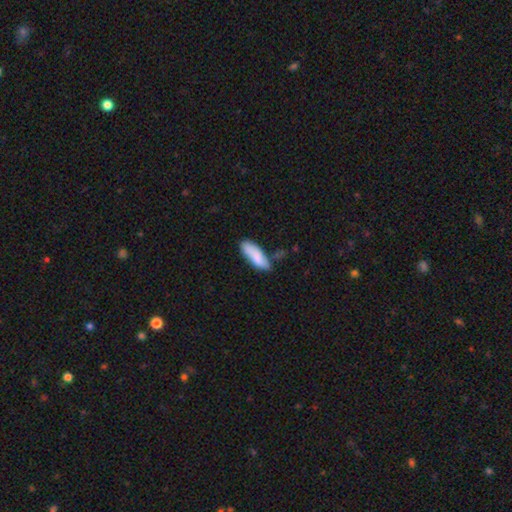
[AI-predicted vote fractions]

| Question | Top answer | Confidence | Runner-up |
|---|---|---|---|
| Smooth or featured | smooth | 82% | featured or disk (12%) |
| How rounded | in between | 63% | cigar-shaped (35%) |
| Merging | none | 56% | minor disturbance (27%) |